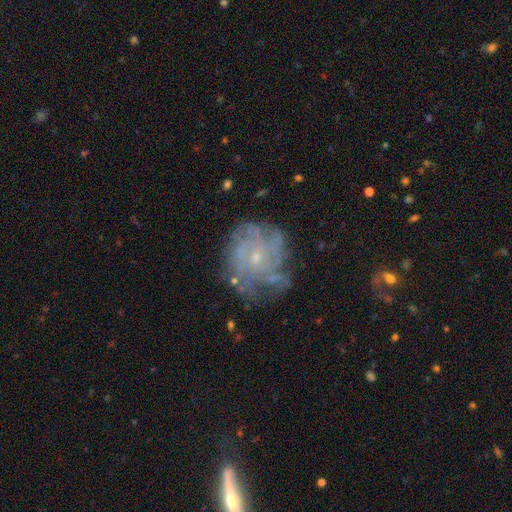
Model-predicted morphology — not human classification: A featured or disk galaxy (74%) with no bar (80%), tight (56%) spiral arms (79%) and a small central bulge (77%). Merging: none (64%).